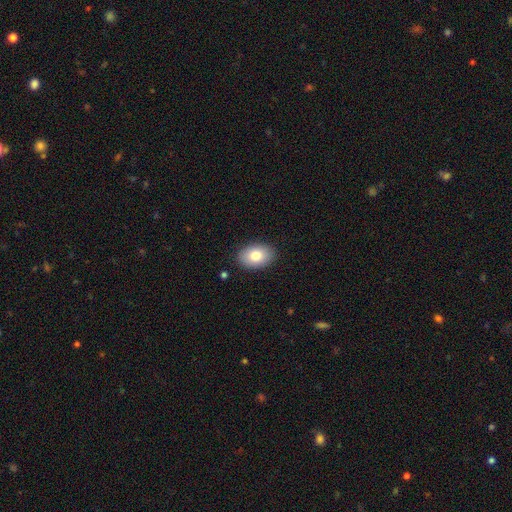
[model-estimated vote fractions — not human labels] This is clearly a smooth galaxy (80%). How rounded: clearly in between (86%). Merging: clearly none (89%).